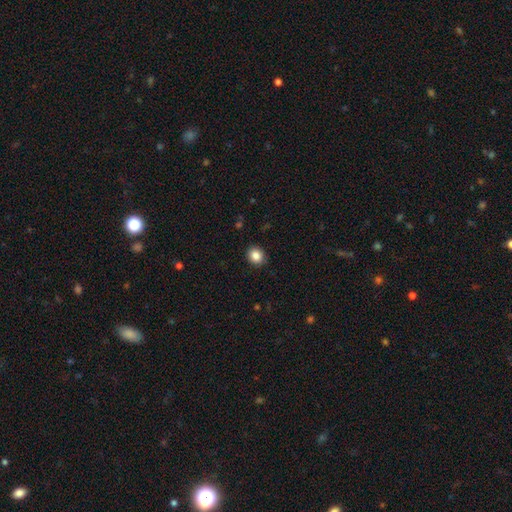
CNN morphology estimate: smooth-or-featured: smooth: 86% | star or artifact: 10% | featured or disk: 5%
  how-rounded: round: 73% | in between: 26% | cigar-shaped: 1%
  merging: none: 90% | minor disturbance: 7% | major disturbance: 2% | merger: 1%